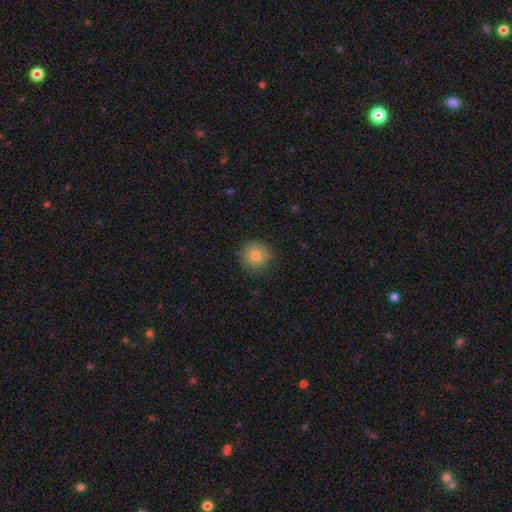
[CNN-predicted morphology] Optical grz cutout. It shows a smooth galaxy with no disk features (80%) that is round (94%). Merging: none (84%).